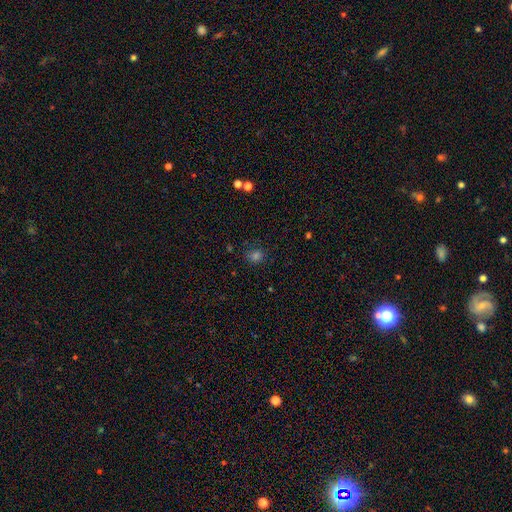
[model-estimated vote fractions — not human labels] smooth-or-featured: smooth: 66% | star or artifact: 27% | featured or disk: 7%
  how-rounded: round: 69% | in between: 29% | cigar-shaped: 1%
  merging: none: 80% | minor disturbance: 13% | major disturbance: 5% | merger: 2%